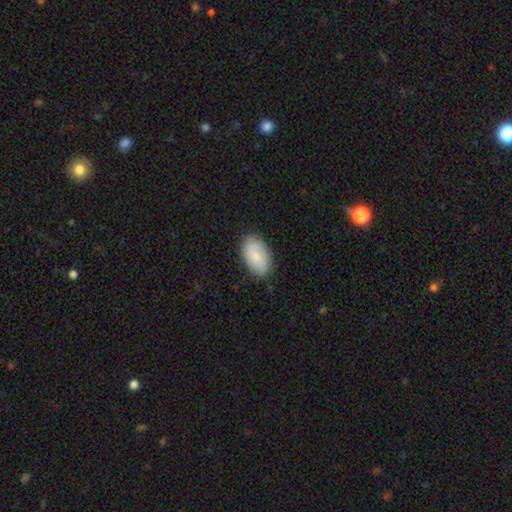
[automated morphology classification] smooth-or-featured: smooth: 80% | featured or disk: 14% | star or artifact: 6%
  how-rounded: in between: 94% | round: 4% | cigar-shaped: 2%
  merging: none: 83% | minor disturbance: 13% | major disturbance: 3% | merger: 1%